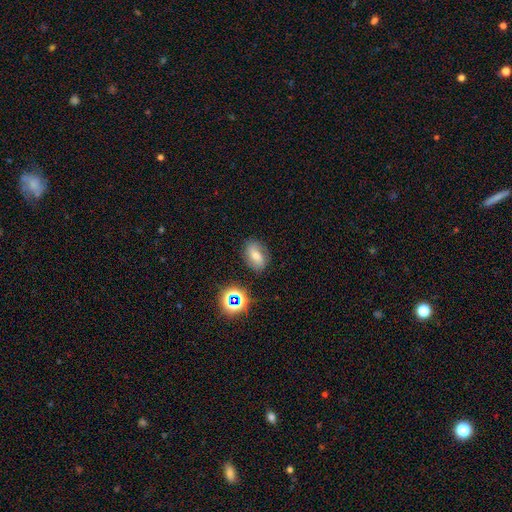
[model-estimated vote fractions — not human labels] Smooth or featured?
  - smooth: 48% *
  - featured or disk: 35%
  - star or artifact: 16%
Merging?
  - none: 81% *
  - minor disturbance: 13%
  - major disturbance: 4%
  - merger: 2%